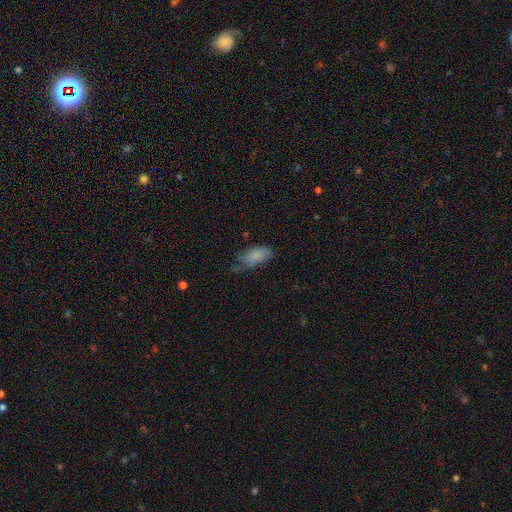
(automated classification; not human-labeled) This appears to be a smooth galaxy with no disk features (79%) that is in between round and cigar-shaped (90%). Merging: none (42%).